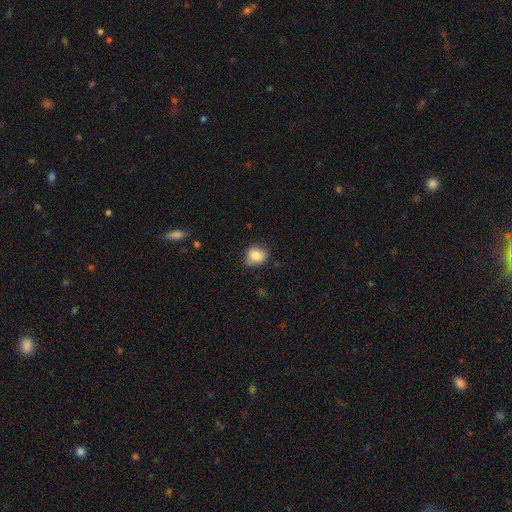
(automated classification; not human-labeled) Smooth or featured? smooth (82%)
How rounded? round (67%)
Merging? none (76%)